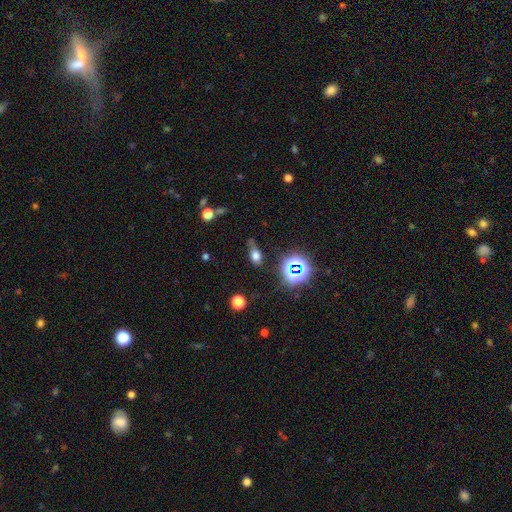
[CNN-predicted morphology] A smooth galaxy with no disk features (67%) that is in between round and cigar-shaped (74%).

Vote fractions:
- Smooth or featured? smooth: 67% / star or artifact: 23% / featured or disk: 11%
- How rounded? in between: 74% / round: 20% / cigar-shaped: 6%
- Merging? none: 61% / minor disturbance: 24% / major disturbance: 9% / merger: 7%